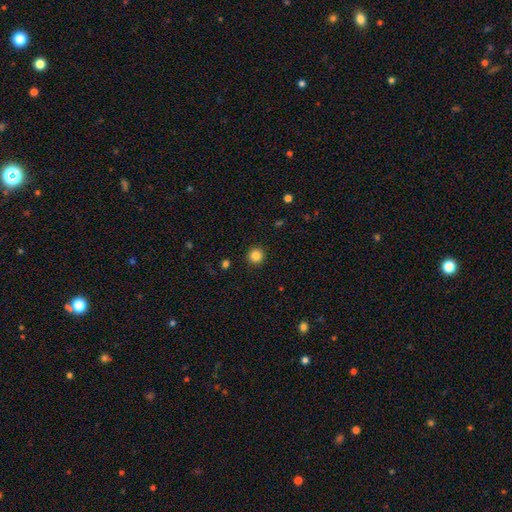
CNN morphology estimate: smooth 85%, star or artifact 11%, featured or disk 4%. Down the decision tree: how rounded — round (94%); merging — none (92%).